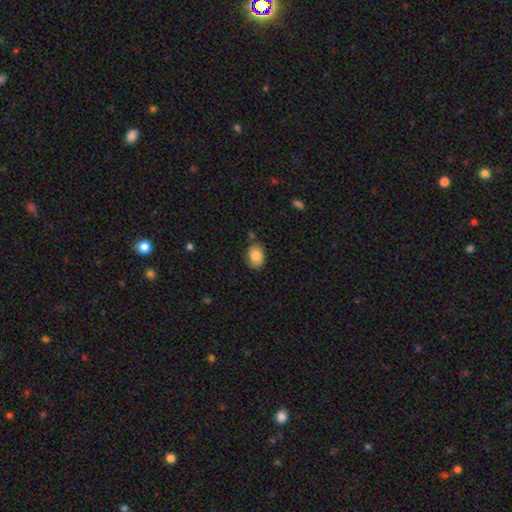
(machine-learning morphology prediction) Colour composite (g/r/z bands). It shows a smooth galaxy with no disk features (85%) that is in between round and cigar-shaped (84%). Merging: none (67%).